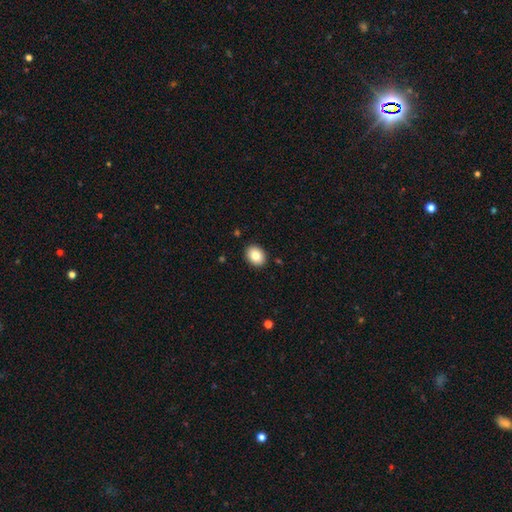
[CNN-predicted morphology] Smooth or featured?
  - smooth: 84% *
  - star or artifact: 8%
  - featured or disk: 8%
How rounded?
  - in between: 66% *
  - round: 33%
  - cigar-shaped: 1%
Merging?
  - none: 90% *
  - minor disturbance: 7%
  - major disturbance: 2%
  - merger: 1%